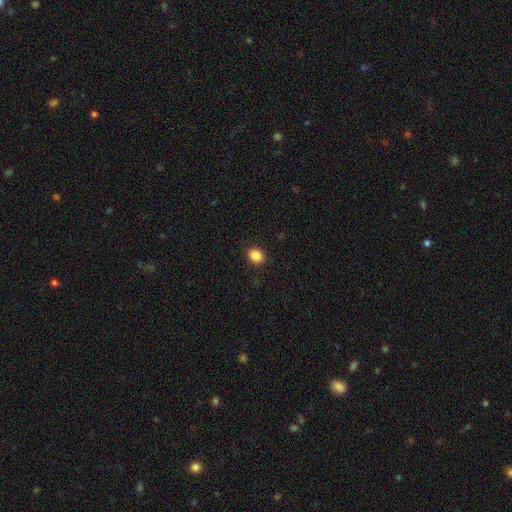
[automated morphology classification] The model was most divided on "how rounded": round: 58%, in between: 41%, cigar-shaped: 1%. More confident: merging — none (91%); smooth or featured — smooth (87%).